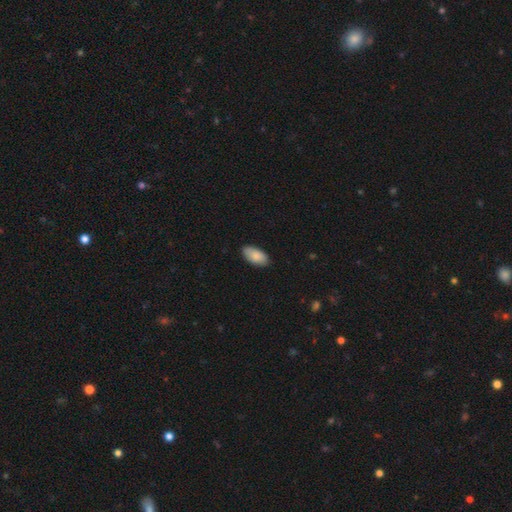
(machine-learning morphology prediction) Q: Smooth or featured?
A: smooth (86%); runner-up: featured or disk (8%)
Q: How rounded?
A: in between (95%); runner-up: cigar-shaped (3%)
Q: Merging?
A: none (86%); runner-up: minor disturbance (11%)